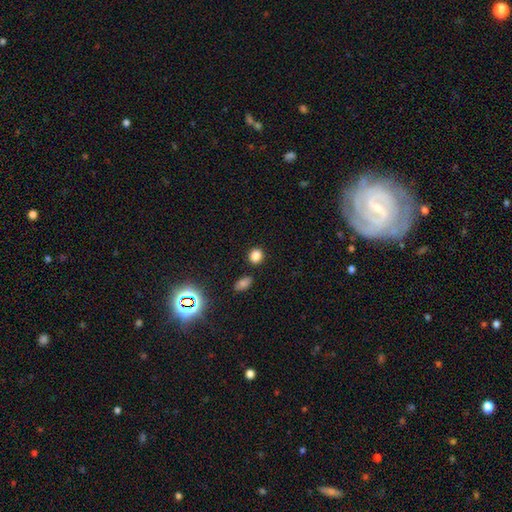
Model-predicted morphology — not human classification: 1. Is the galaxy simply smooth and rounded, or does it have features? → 82% smooth, 14% star or artifact, 4% featured or disk.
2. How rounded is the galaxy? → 74% round, 25% in between, 1% cigar-shaped.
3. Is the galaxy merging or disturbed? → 84% none, 8% minor disturbance, 5% merger, 3% major disturbance.